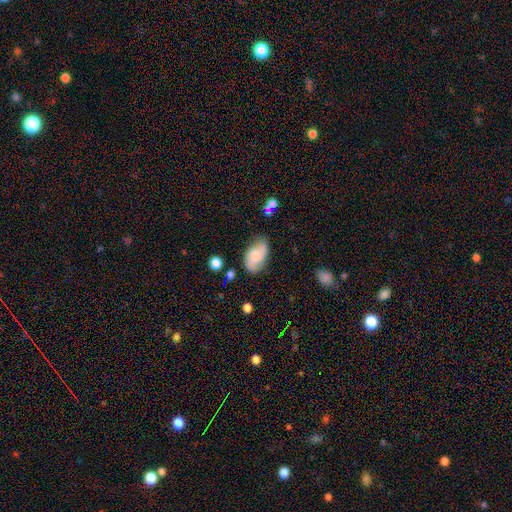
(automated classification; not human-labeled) Smooth or featured?
  - smooth: 47% *
  - featured or disk: 45%
  - star or artifact: 8%
Merging?
  - none: 64% *
  - minor disturbance: 25%
  - major disturbance: 7%
  - merger: 4%